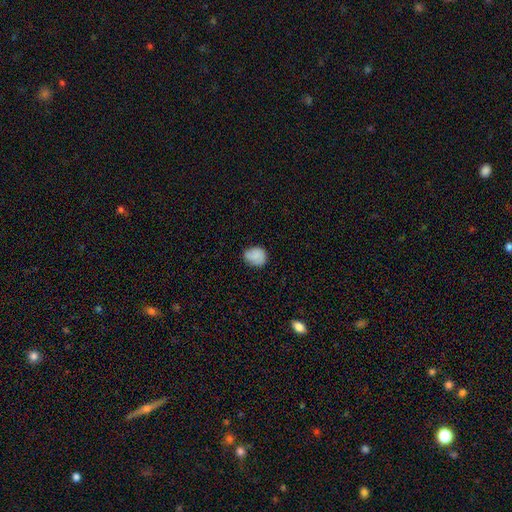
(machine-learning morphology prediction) This is clearly a smooth galaxy (86%). How rounded: possibly round (58%). Merging: likely none (69%).